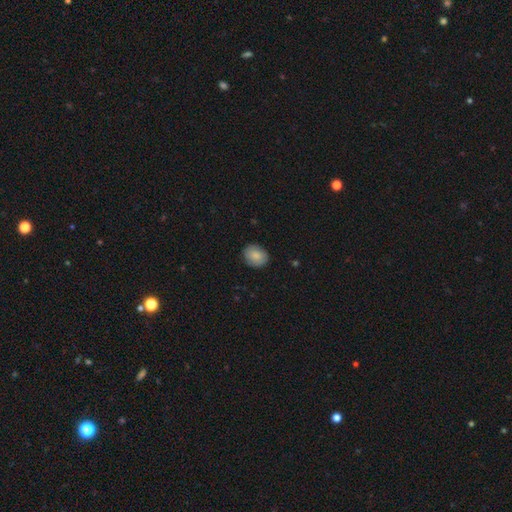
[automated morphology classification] A smooth galaxy with no disk features (86%) that is round (53%).

Vote fractions:
- Smooth or featured? smooth: 86% / featured or disk: 7% / star or artifact: 7%
- How rounded? round: 53% / in between: 46% / cigar-shaped: 1%
- Merging? none: 86% / minor disturbance: 11% / major disturbance: 2% / merger: 1%